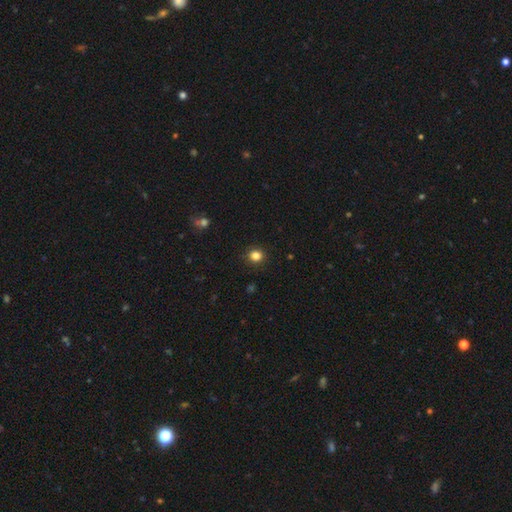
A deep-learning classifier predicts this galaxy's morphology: A smooth galaxy with no disk features (83%) that is round (85%). Merging: none (91%).